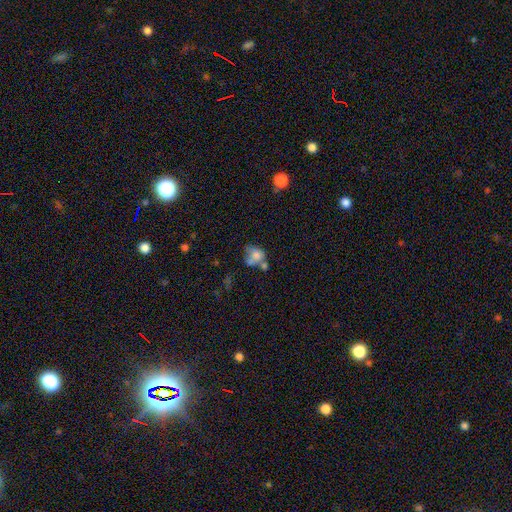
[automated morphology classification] smooth_or_featured: smooth (p=0.66) [alt: featured or disk p=0.22]
how_rounded: round (p=0.50) [alt: in between p=0.49]
merging: merger (p=0.41) [alt: none p=0.26]